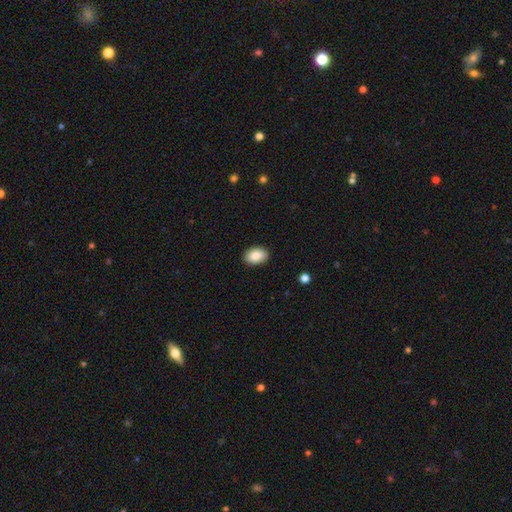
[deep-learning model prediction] This is clearly a smooth galaxy (86%). How rounded: clearly in between (84%). Merging: clearly none (90%).